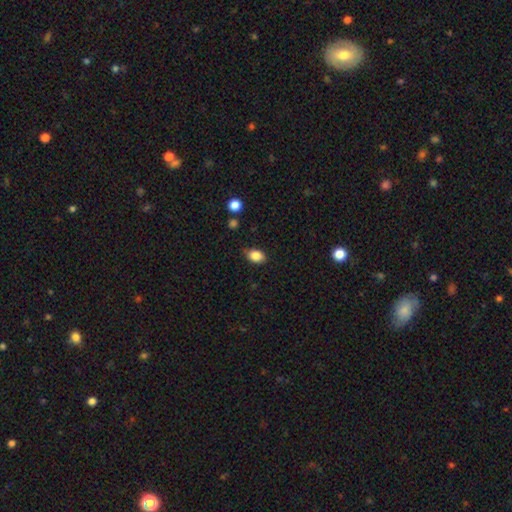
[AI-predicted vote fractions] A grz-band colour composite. It shows a smooth galaxy with no disk features (86%) that is in between round and cigar-shaped (75%). Merging: none (81%).